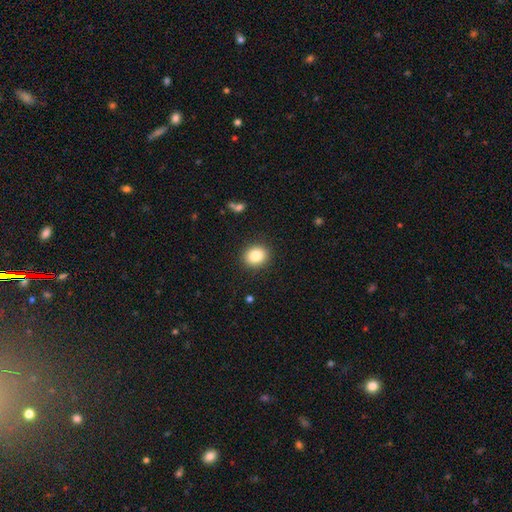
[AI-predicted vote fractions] Smooth or featured? smooth (83%)
How rounded? round (71%)
Merging? none (90%)